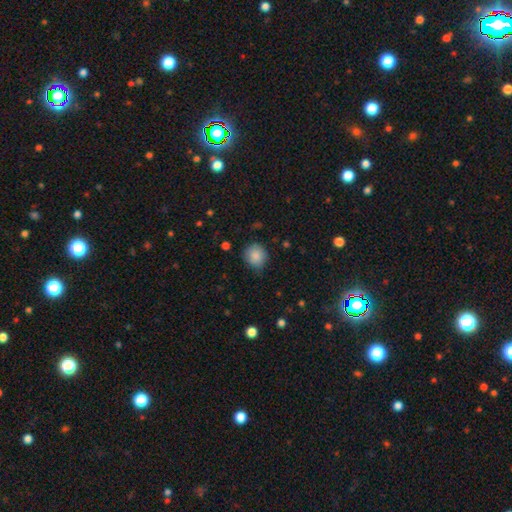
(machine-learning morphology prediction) Overall: smooth (87%). How rounded: round (82%). Merging: none (77%).